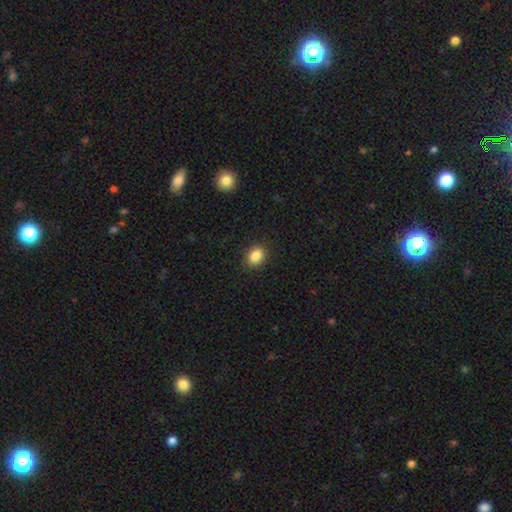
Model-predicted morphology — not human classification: Smooth or featured? smooth (86%)
How rounded? in between (62%)
Merging? none (89%)